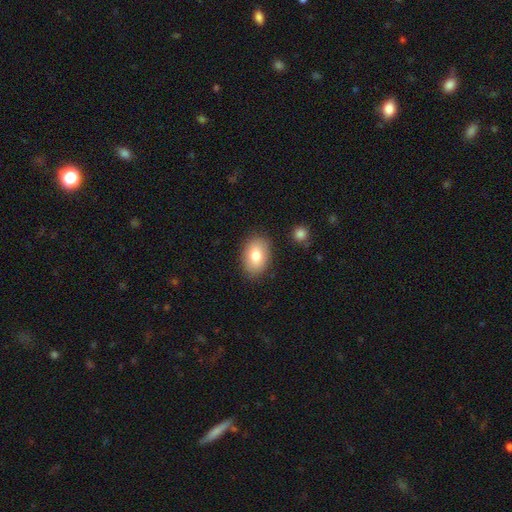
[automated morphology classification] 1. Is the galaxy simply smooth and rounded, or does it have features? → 80% smooth, 13% featured or disk, 8% star or artifact.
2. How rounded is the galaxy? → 85% in between, 14% round, 1% cigar-shaped.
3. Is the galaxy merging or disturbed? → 85% none, 10% minor disturbance, 3% major disturbance, 2% merger.